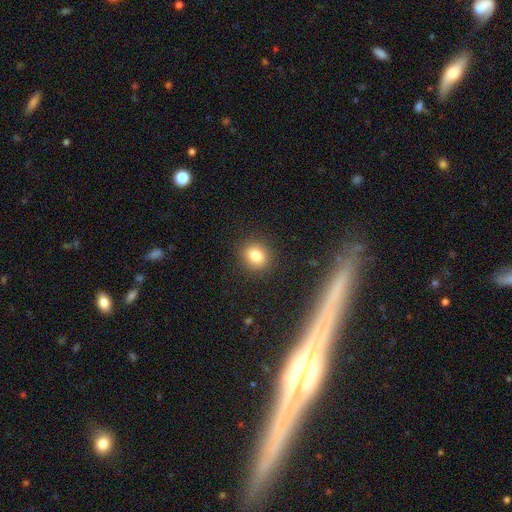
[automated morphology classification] Smooth or featured? smooth (81%)
How rounded? round (67%)
Merging? none (89%)